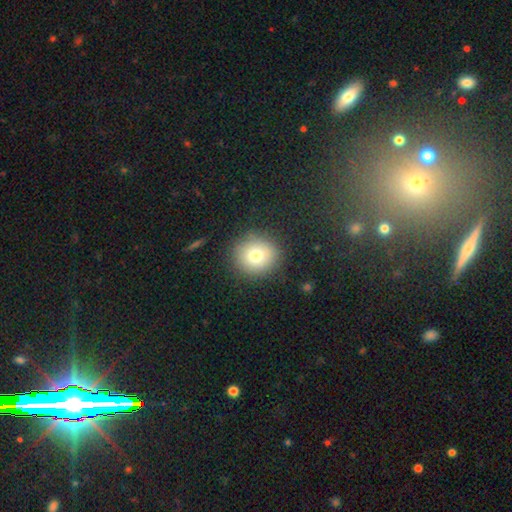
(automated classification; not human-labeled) smooth_or_featured: smooth (p=0.75) [alt: featured or disk p=0.13]
how_rounded: round (p=0.90) [alt: in between p=0.09]
merging: none (p=0.86) [alt: minor disturbance p=0.09]